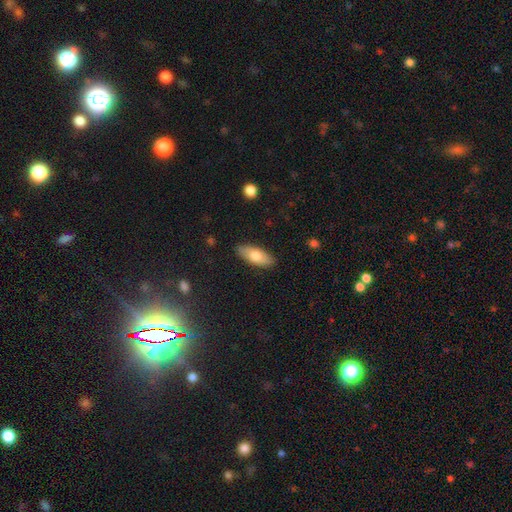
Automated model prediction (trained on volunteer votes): Morphology: type=smooth (76%); roundness=in between (80%); merging=none (87%).